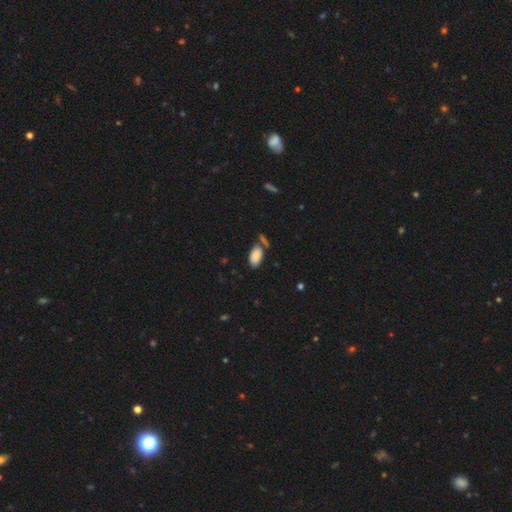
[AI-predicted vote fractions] smooth_or_featured: smooth (p=0.85) [alt: star or artifact p=0.08]
how_rounded: in between (p=0.95) [alt: round p=0.03]
merging: none (p=0.63) [alt: merger p=0.16]